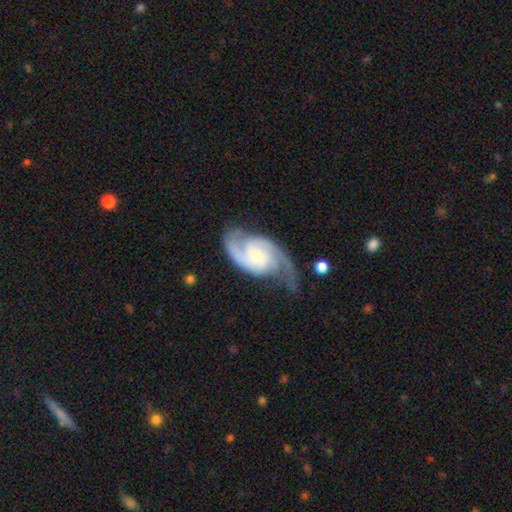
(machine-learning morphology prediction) Smooth or featured? featured or disk (91%)
Edge-on disk? no (97%)
Bar? no (57%)
Spiral arms? yes (98%)
Spiral winding? medium (53%)
Spiral arm count? 2 (81%)
Bulge size? small (52%)
Merging? none (62%)